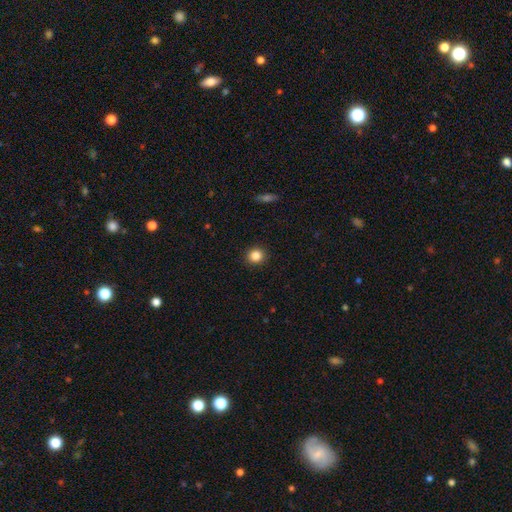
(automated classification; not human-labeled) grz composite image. It shows a smooth galaxy with no disk features (84%) that is round (89%). Merging: none (92%).